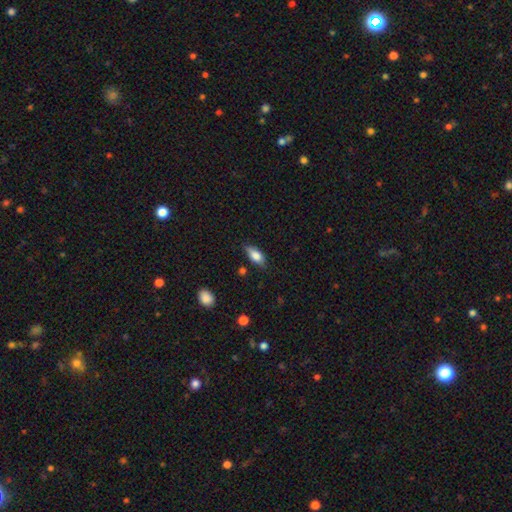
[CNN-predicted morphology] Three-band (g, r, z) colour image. It shows a smooth galaxy with no disk features (75%) that is in between round and cigar-shaped (82%). Merging: none (71%).